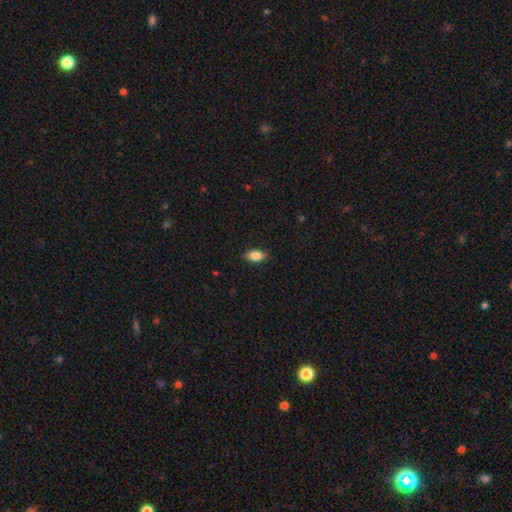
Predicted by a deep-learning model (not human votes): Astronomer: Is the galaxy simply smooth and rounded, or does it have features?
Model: smooth — 83%.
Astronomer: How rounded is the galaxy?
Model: in between — 89%.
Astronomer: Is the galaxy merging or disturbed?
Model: none — 88%.